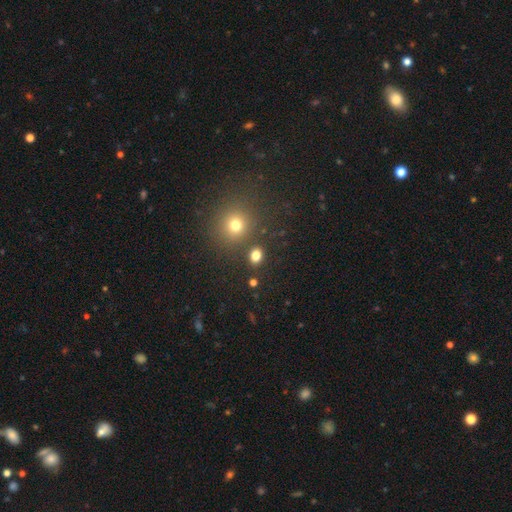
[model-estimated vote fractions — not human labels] A smooth galaxy with no disk features (78%) that is round (57%).

Vote fractions:
- Smooth or featured? smooth: 78% / star or artifact: 16% / featured or disk: 6%
- How rounded? round: 57% / in between: 42% / cigar-shaped: 1%
- Merging? none: 81% / minor disturbance: 8% / merger: 7% / major disturbance: 3%